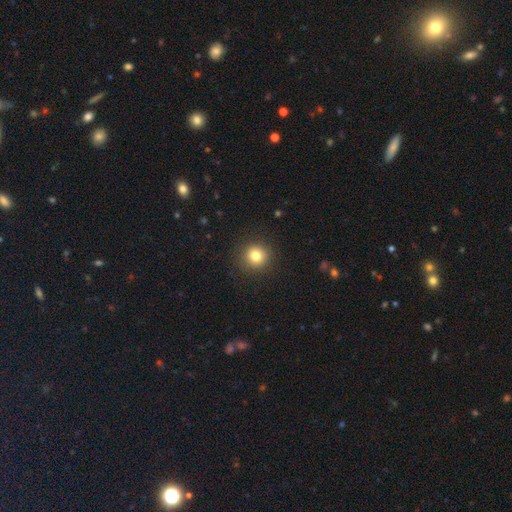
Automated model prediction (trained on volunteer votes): Smooth or featured? Predicted: smooth (p=0.81). How rounded? Predicted: round (p=0.92). Merging? Predicted: none (p=0.90).